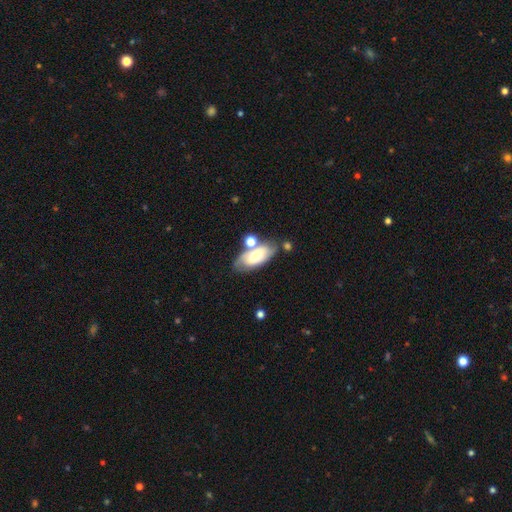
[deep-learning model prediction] Smooth or featured?
  - smooth: 51% *
  - featured or disk: 42%
  - star or artifact: 8%
How rounded?
  - in between: 84% *
  - cigar-shaped: 12%
  - round: 4%
Merging?
  - none: 53% *
  - merger: 21%
  - minor disturbance: 19%
  - major disturbance: 8%